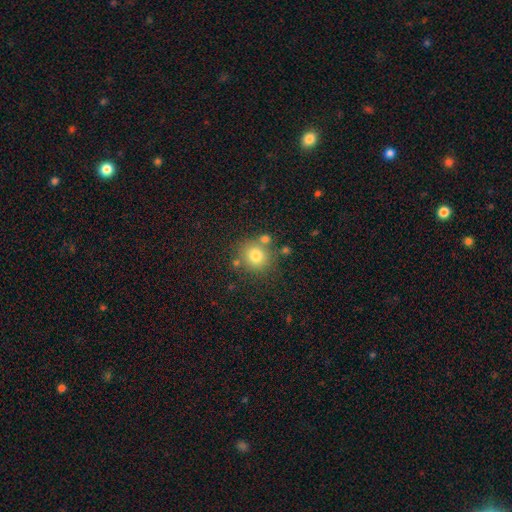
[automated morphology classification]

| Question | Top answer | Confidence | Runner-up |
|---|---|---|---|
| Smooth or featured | smooth | 78% | star or artifact (12%) |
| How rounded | round | 89% | in between (10%) |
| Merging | none | 72% | merger (13%) |